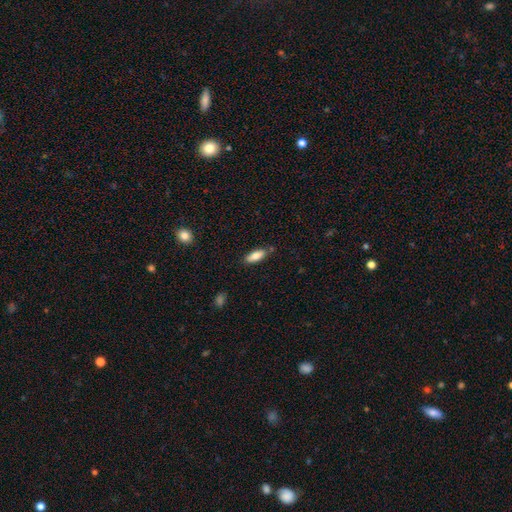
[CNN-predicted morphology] Q: Smooth or featured?
A: smooth (78%); runner-up: featured or disk (16%)
Q: How rounded?
A: in between (72%); runner-up: cigar-shaped (26%)
Q: Merging?
A: none (80%); runner-up: minor disturbance (13%)